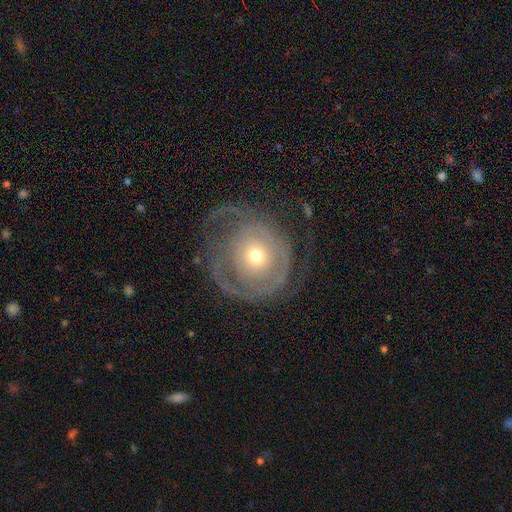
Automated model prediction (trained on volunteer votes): smooth_or_featured: featured or disk (p=0.74) [alt: smooth p=0.19]
disk_edge_on: no (p=0.96) [alt: yes p=0.04]
bar: no (p=0.84) [alt: weak p=0.12]
has_spiral_arms: yes (p=0.72) [alt: no p=0.28]
spiral_winding: tight (p=0.67) [alt: medium p=0.22]
spiral_arm_count: can't tell (p=0.39) [alt: 2 p=0.25]
bulge_size: moderate (p=0.48) [alt: small p=0.47]
merging: none (p=0.59) [alt: major disturbance p=0.20]